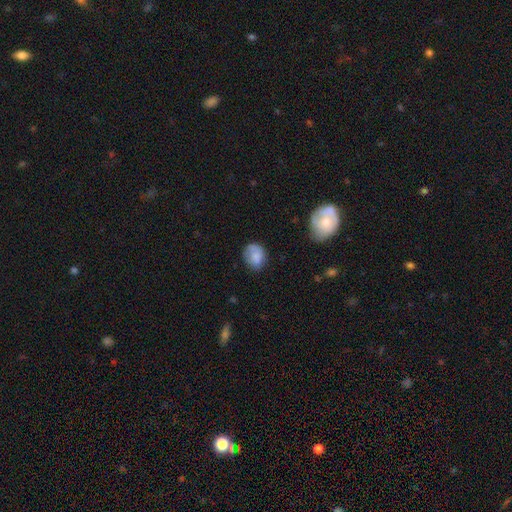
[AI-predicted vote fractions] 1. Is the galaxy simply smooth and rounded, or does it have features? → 77% smooth, 14% featured or disk, 8% star or artifact.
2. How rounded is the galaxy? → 53% in between, 46% round, 1% cigar-shaped.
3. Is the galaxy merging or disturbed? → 62% none, 27% minor disturbance, 8% major disturbance, 2% merger.